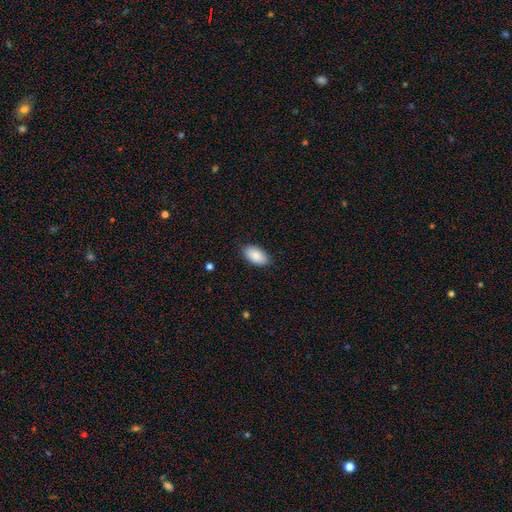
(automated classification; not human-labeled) Smooth or featured? smooth (88%)
How rounded? in between (95%)
Merging? none (85%)